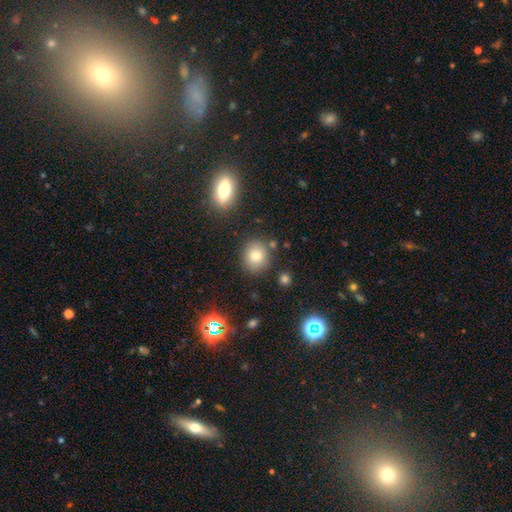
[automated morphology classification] Smooth or featured: smooth — 77% (star or artifact — 13%)
How rounded: round — 75% (in between — 24%)
Merging: none — 82% (minor disturbance — 10%)